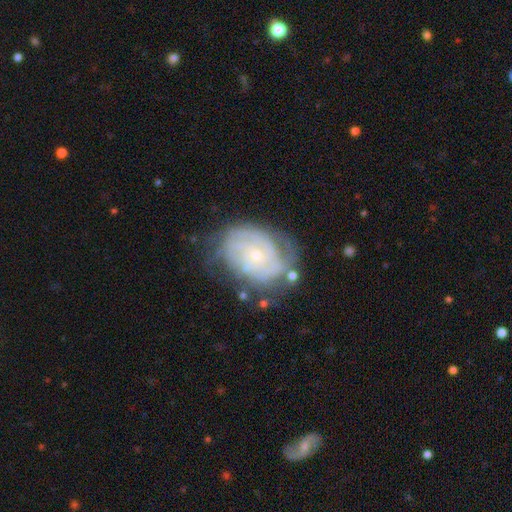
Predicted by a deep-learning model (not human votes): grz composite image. It shows a featured or disk galaxy (79%) with no bar (78%), tight (70%) spiral arms (91%) and a small central bulge (79%). Merging: none (62%).